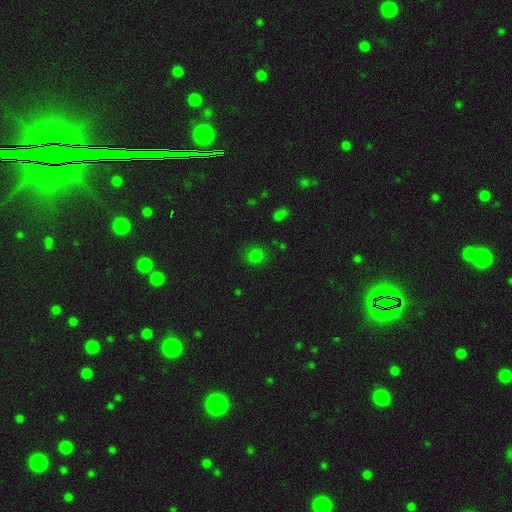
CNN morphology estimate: A smooth galaxy with no disk features (77%) that is round (83%).

Vote fractions:
- Smooth or featured? smooth: 77% / star or artifact: 19% / featured or disk: 4%
- How rounded? round: 83% / in between: 15% / cigar-shaped: 1%
- Merging? none: 84% / minor disturbance: 10% / major disturbance: 3% / merger: 2%